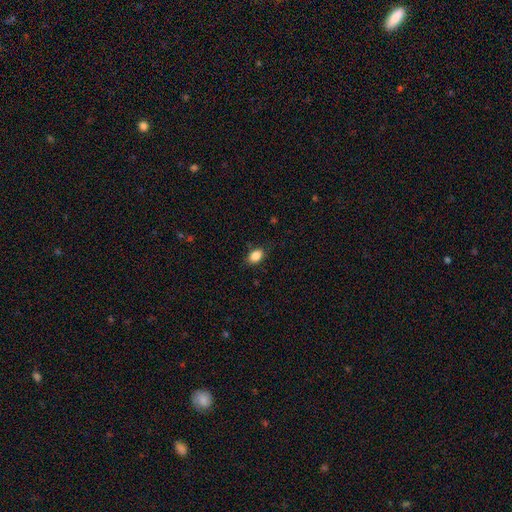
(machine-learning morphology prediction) This appears to be a smooth galaxy with no disk features (86%) that is in between round and cigar-shaped (80%). Merging: none (82%).